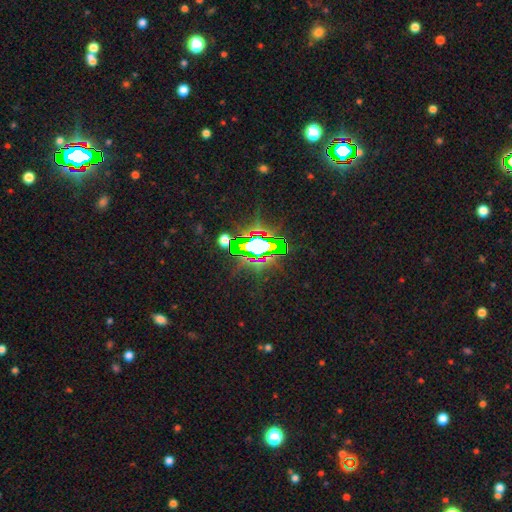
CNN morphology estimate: Smooth or featured? Predicted: star or artifact (p=0.81).